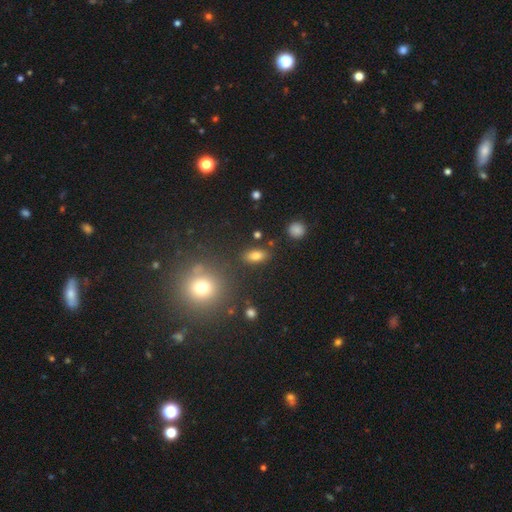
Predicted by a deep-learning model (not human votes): Morphology: type=smooth (80%); roundness=in between (86%); merging=none (85%).